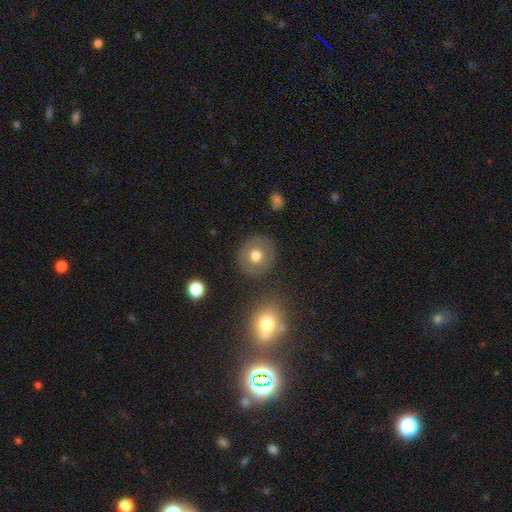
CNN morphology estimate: A smooth galaxy with no disk features (68%) that is round (85%). Merging: none (85%).